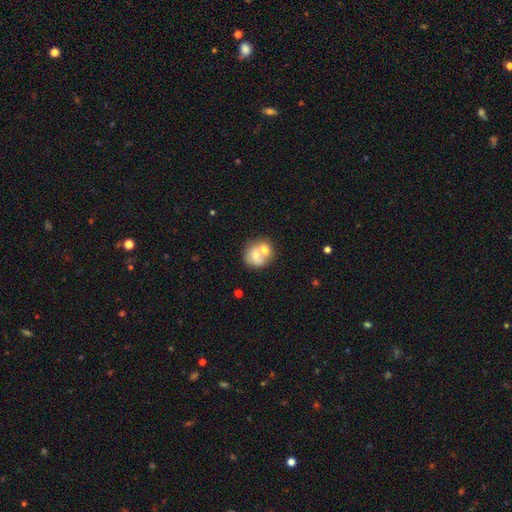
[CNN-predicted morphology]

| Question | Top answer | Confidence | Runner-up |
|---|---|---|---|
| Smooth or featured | smooth | 64% | featured or disk (28%) |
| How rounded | round | 70% | in between (29%) |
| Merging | merger | 61% | none (27%) |